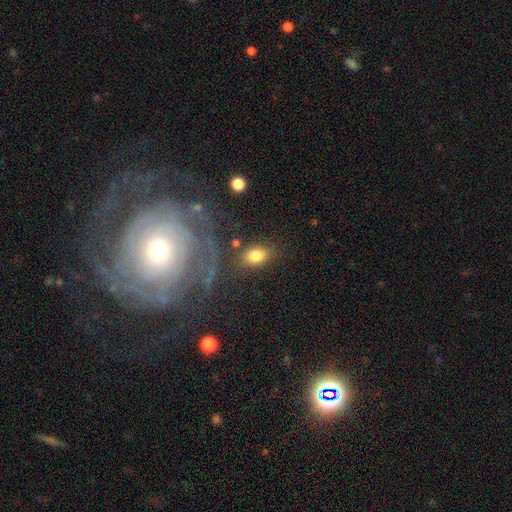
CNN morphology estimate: Overall: smooth (81%). How rounded: in between (81%). Merging: none (75%).